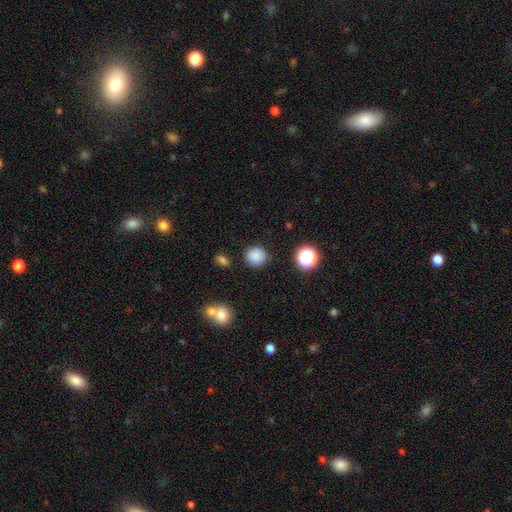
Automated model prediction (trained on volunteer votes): This appears to be a smooth galaxy with no disk features (84%) that is round (92%). Merging: none (86%).